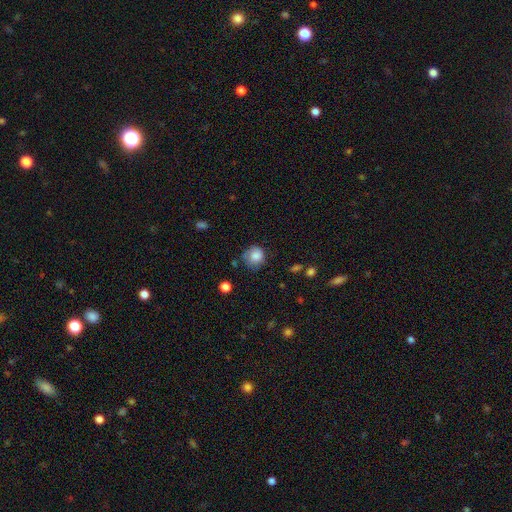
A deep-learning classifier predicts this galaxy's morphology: Overall: smooth (81%). How rounded: round (83%). Merging: none (60%; minor disturbance 27%).